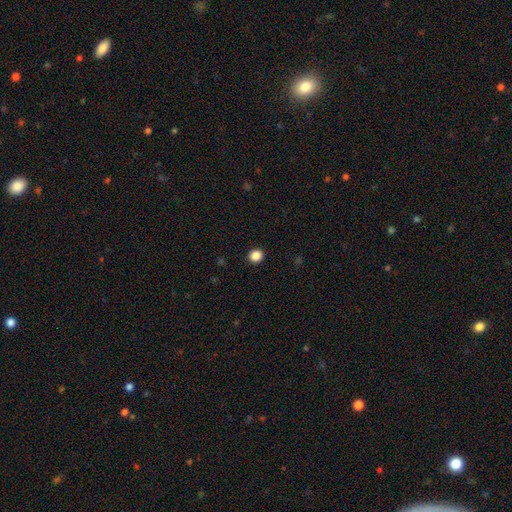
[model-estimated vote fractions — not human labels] Q: Smooth or featured?
A: smooth (87%); runner-up: star or artifact (10%)
Q: How rounded?
A: round (83%); runner-up: in between (16%)
Q: Merging?
A: none (93%); runner-up: minor disturbance (5%)